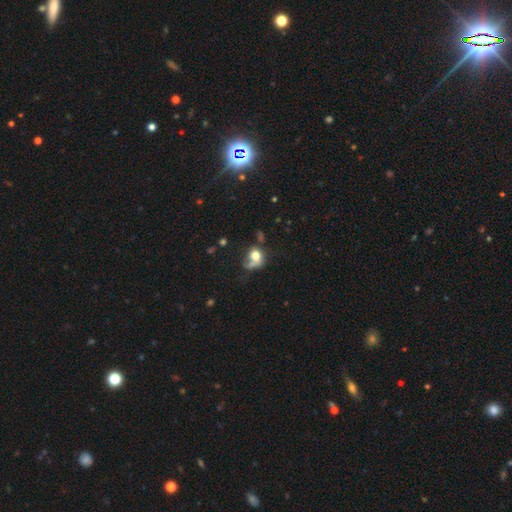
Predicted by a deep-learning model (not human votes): A smooth galaxy with no disk features (63%) that is round (56%).

Vote fractions:
- Smooth or featured? smooth: 63% / featured or disk: 25% / star or artifact: 12%
- How rounded? round: 56% / in between: 43% / cigar-shaped: 1%
- Merging? major disturbance: 31% / none: 30% / minor disturbance: 20% / merger: 18%